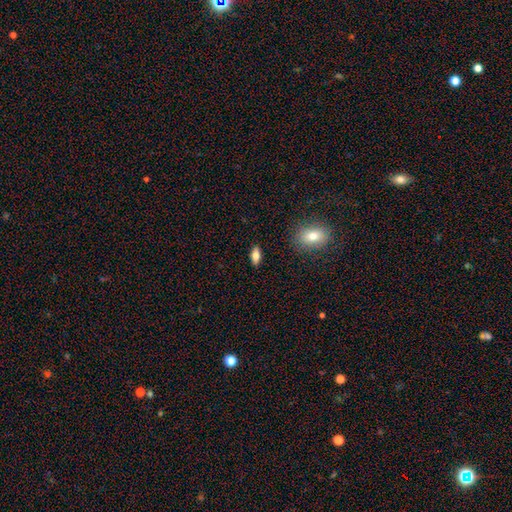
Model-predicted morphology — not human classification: A smooth galaxy with no disk features (67%) that is in between round and cigar-shaped (78%).

Vote fractions:
- Smooth or featured? smooth: 67% / featured or disk: 25% / star or artifact: 8%
- How rounded? in between: 78% / cigar-shaped: 18% / round: 4%
- Merging? none: 88% / minor disturbance: 8% / major disturbance: 2% / merger: 1%